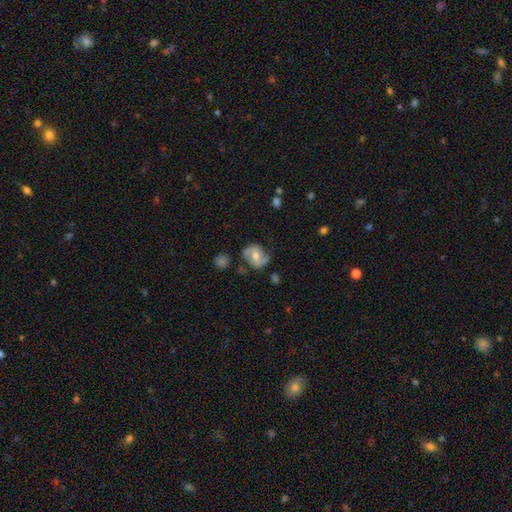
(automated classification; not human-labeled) Smooth or featured: featured or disk — 67% (smooth — 26%)
Edge-on disk: no — 97% (yes — 3%)
Bar: no — 43% (weak — 39%)
Spiral arms: yes — 85% (no — 15%)
Spiral winding: medium — 45% (tight — 29%)
Spiral arm count: 2 — 82% (can't tell — 9%)
Bulge size: moderate — 70% (small — 23%)
Merging: none — 67% (minor disturbance — 21%)